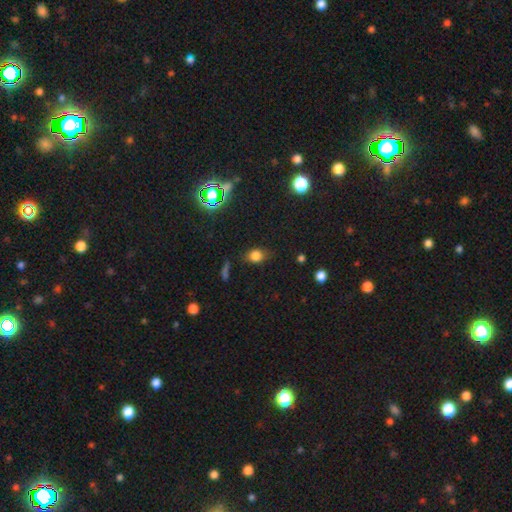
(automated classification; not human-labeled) smooth_or_featured: smooth (p=0.75) [alt: star or artifact p=0.17]
how_rounded: in between (p=0.52) [alt: round p=0.45]
merging: none (p=0.72) [alt: minor disturbance p=0.19]